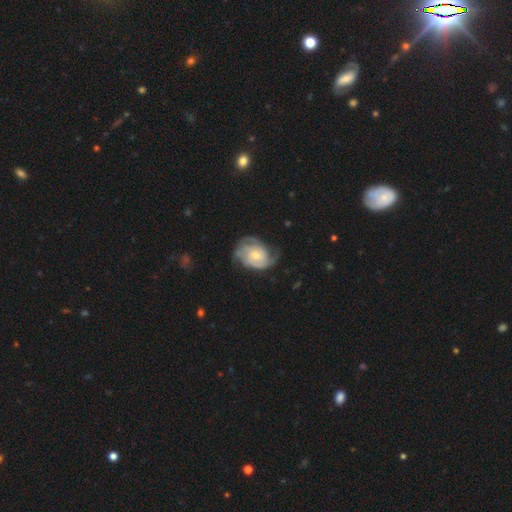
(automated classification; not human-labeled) Smooth or featured: featured or disk — 79% (smooth — 16%)
Edge-on disk: no — 98% (yes — 2%)
Bar: no — 72% (weak — 24%)
Spiral arms: yes — 93% (no — 7%)
Spiral winding: tight — 50% (medium — 37%)
Spiral arm count: 2 — 40% (can't tell — 23%)
Bulge size: moderate — 49% (small — 43%)
Merging: none — 58% (minor disturbance — 26%)